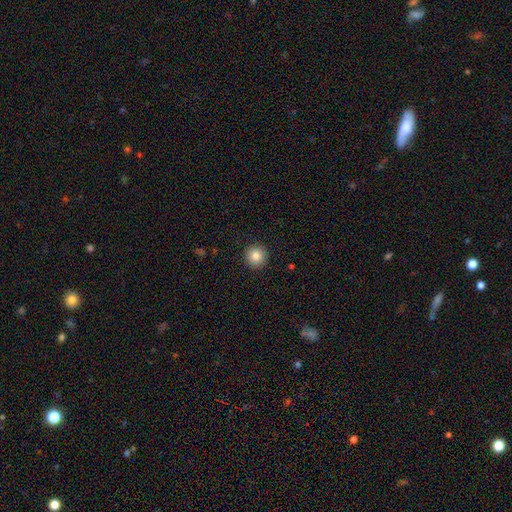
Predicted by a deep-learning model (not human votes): A smooth galaxy with no disk features (86%) that is round (95%).

Vote fractions:
- Smooth or featured? smooth: 86% / star or artifact: 9% / featured or disk: 5%
- How rounded? round: 95% / in between: 4% / cigar-shaped: 1%
- Merging? none: 93% / minor disturbance: 5% / major disturbance: 2% / merger: 1%